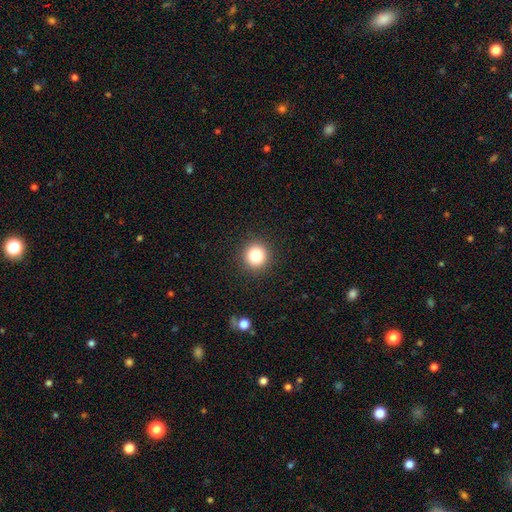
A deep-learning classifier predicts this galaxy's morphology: Smooth or featured? smooth (82%)
How rounded? round (94%)
Merging? none (92%)